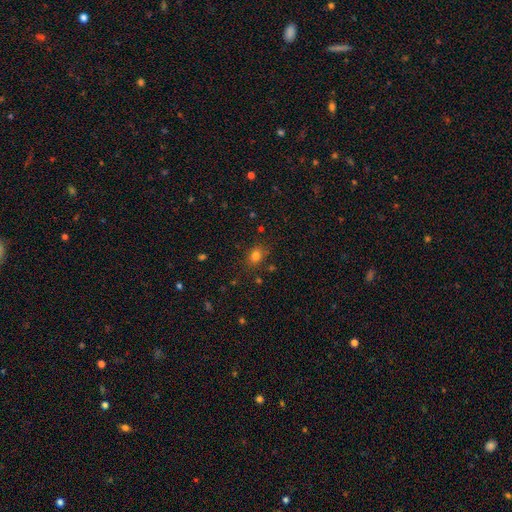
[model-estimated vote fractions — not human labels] Overall: smooth (78%). How rounded: in between (54%; round 45%). Merging: none (80%).